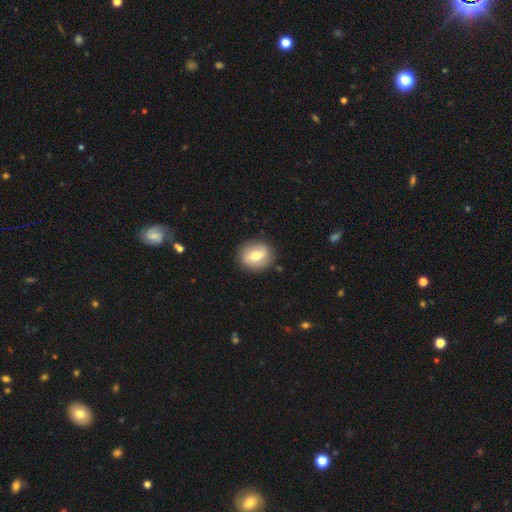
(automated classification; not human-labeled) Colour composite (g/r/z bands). It shows a smooth galaxy with no disk features (59%) that is round (66%). Merging: none (87%).